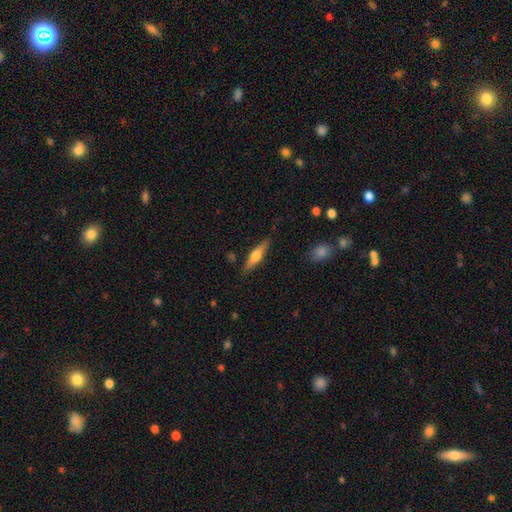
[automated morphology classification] Smooth or featured: featured or disk — 48% (smooth — 46%)
Merging: none — 86% (minor disturbance — 10%)